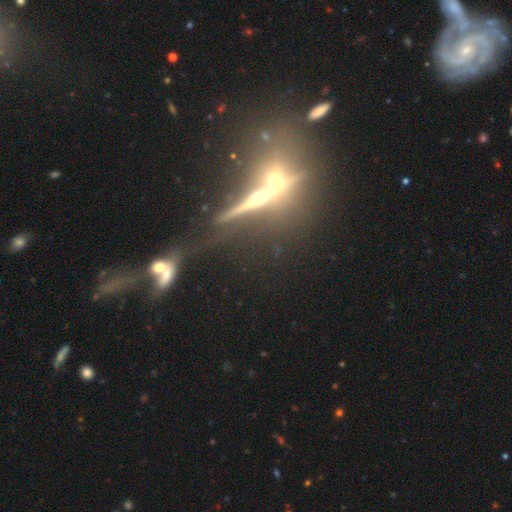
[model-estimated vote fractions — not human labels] A featured or disk galaxy (56%) viewed edge-on (73%). Merging: none (42%).